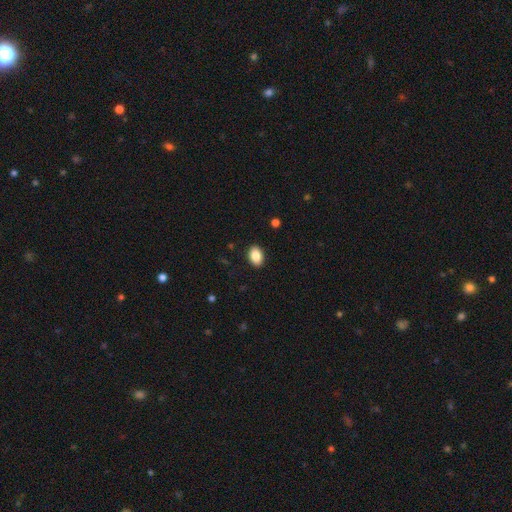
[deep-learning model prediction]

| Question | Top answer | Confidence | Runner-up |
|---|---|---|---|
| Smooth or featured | smooth | 87% | star or artifact (7%) |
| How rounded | in between | 85% | round (14%) |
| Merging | none | 90% | minor disturbance (7%) |